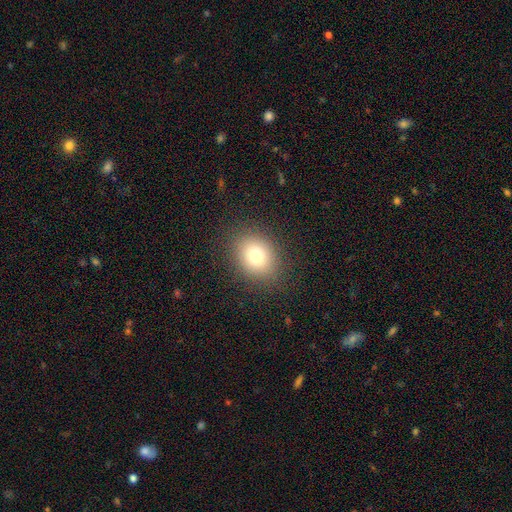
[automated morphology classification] A smooth galaxy with no disk features (77%) that is round (51%).

Vote fractions:
- Smooth or featured? smooth: 77% / star or artifact: 12% / featured or disk: 10%
- How rounded? round: 51% / in between: 48% / cigar-shaped: 1%
- Merging? none: 87% / minor disturbance: 9% / major disturbance: 4% / merger: 1%